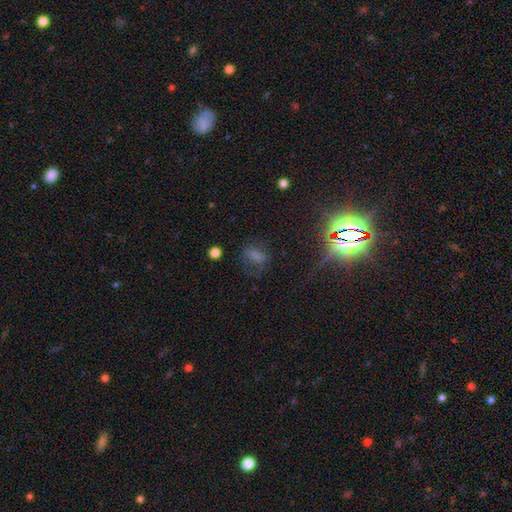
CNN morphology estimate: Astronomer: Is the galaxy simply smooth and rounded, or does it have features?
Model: smooth — 62%.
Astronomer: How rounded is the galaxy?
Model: in between — 71%.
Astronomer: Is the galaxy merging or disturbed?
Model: none — 51%.